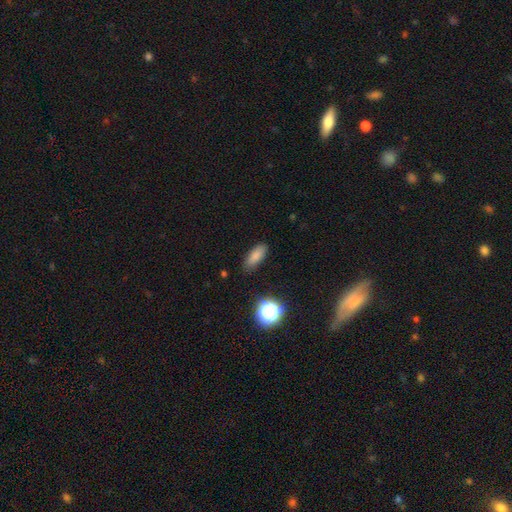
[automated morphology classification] smooth_or_featured: smooth (p=0.81) [alt: star or artifact p=0.11]
how_rounded: in between (p=0.73) [alt: cigar-shaped p=0.22]
merging: none (p=0.83) [alt: minor disturbance p=0.12]